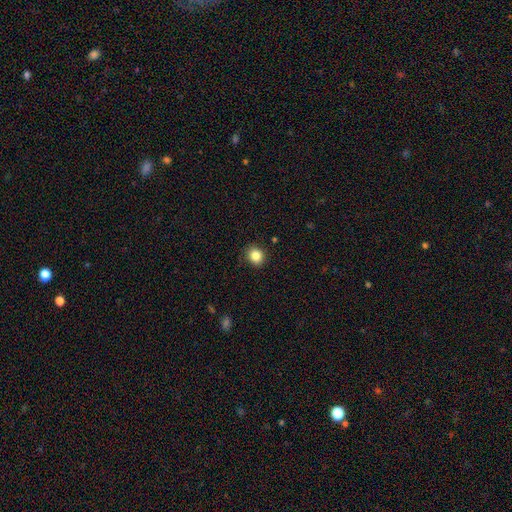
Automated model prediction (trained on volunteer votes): A smooth galaxy with no disk features (85%) that is round (78%).

Vote fractions:
- Smooth or featured? smooth: 85% / star or artifact: 10% / featured or disk: 5%
- How rounded? round: 78% / in between: 21% / cigar-shaped: 1%
- Merging? none: 89% / minor disturbance: 8% / major disturbance: 2% / merger: 1%